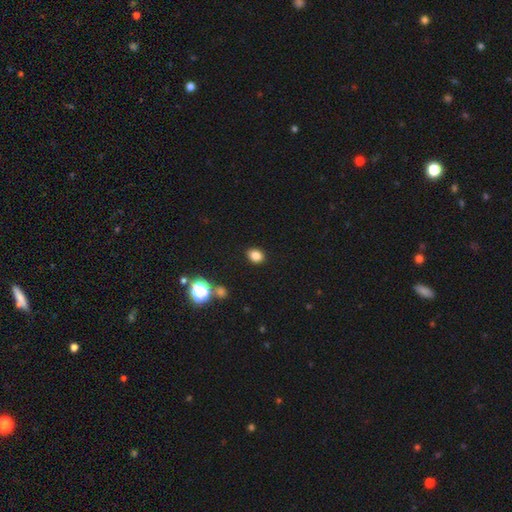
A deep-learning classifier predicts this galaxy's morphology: Q: Smooth or featured?
A: smooth (83%); runner-up: star or artifact (13%)
Q: How rounded?
A: in between (57%); runner-up: round (42%)
Q: Merging?
A: none (88%); runner-up: minor disturbance (8%)